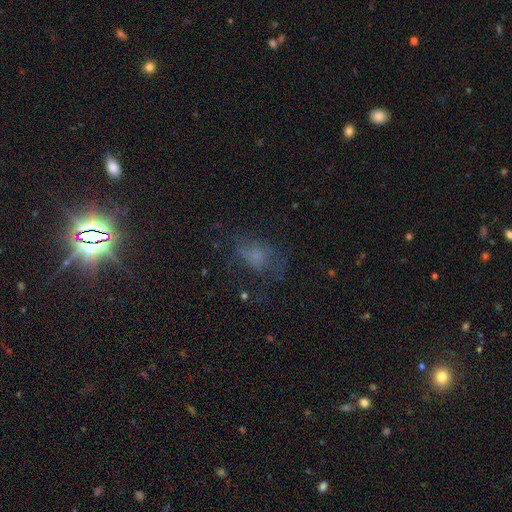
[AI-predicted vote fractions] smooth 48%, featured or disk 27%, star or artifact 26%. Down the decision tree: merging — none (45%).